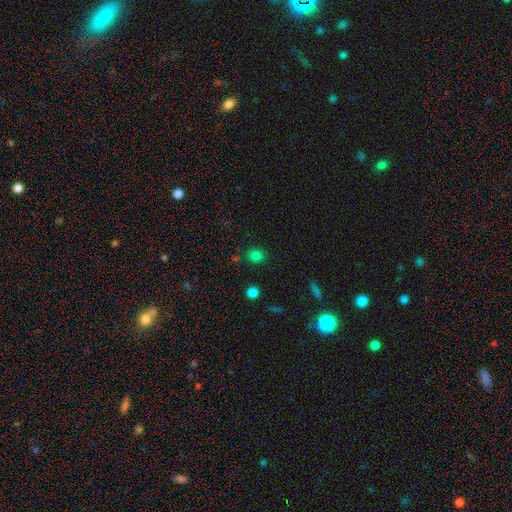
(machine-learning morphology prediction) Smooth or featured? Predicted: smooth (p=0.79). How rounded? Predicted: round (p=0.71). Merging? Predicted: none (p=0.83).